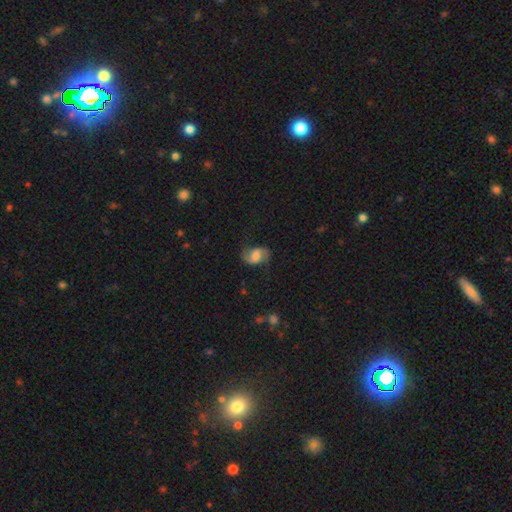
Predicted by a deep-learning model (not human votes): smooth-or-featured: featured or disk: 51% | smooth: 41% | star or artifact: 9%
  disk-edge-on: no: 96% | yes: 4%
  merging: none: 67% | minor disturbance: 21% | major disturbance: 10% | merger: 2%